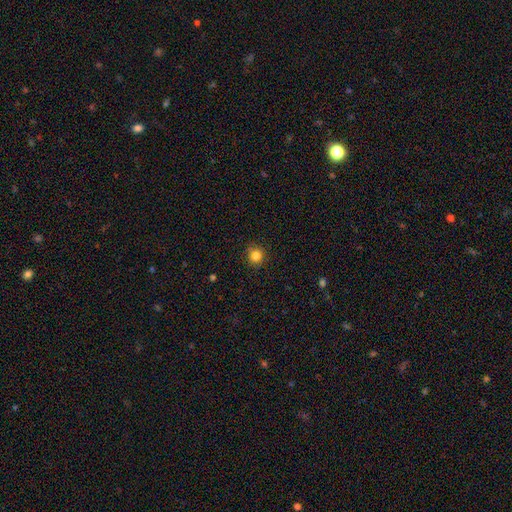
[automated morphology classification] smooth-or-featured: smooth: 83% | star or artifact: 13% | featured or disk: 5%
  how-rounded: round: 93% | in between: 6% | cigar-shaped: 1%
  merging: none: 90% | minor disturbance: 7% | major disturbance: 2% | merger: 1%